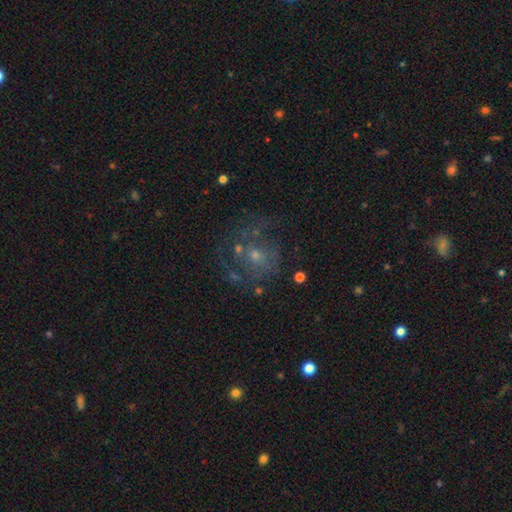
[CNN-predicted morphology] Q: Smooth or featured?
A: featured or disk (57%); runner-up: star or artifact (22%)
Q: Edge-on disk?
A: no (98%); runner-up: yes (2%)
Q: Bar?
A: no (79%); runner-up: weak (18%)
Q: Spiral arms?
A: yes (63%); runner-up: no (37%)
Q: Bulge size?
A: small (57%); runner-up: moderate (31%)
Q: Merging?
A: none (58%); runner-up: major disturbance (20%)